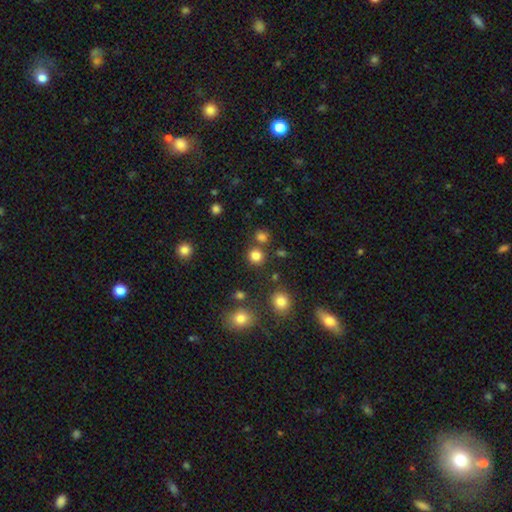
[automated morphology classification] Overall: smooth (81%). How rounded: round (91%). Merging: none (80%).